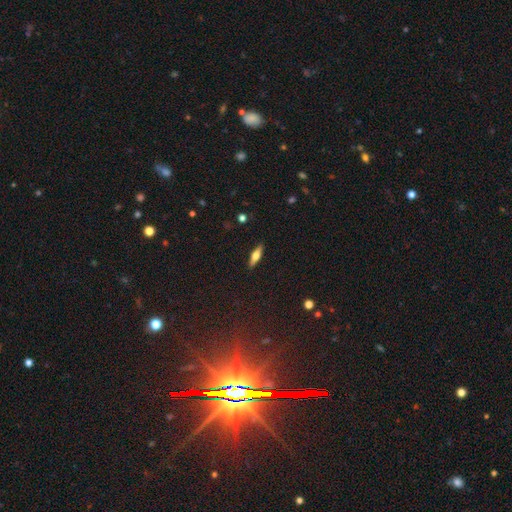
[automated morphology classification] smooth 47%, featured or disk 45%, star or artifact 7%. Down the decision tree: merging — none (90%).